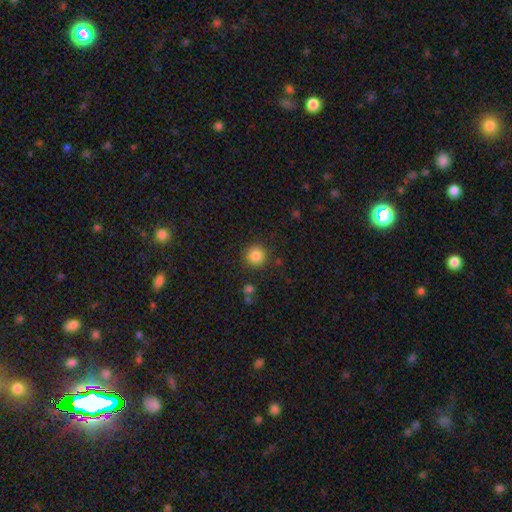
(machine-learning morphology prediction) This is clearly a smooth galaxy (85%). How rounded: clearly round (93%). Merging: clearly none (87%).